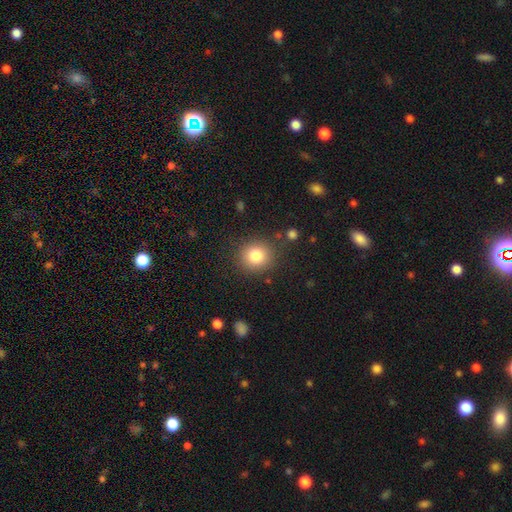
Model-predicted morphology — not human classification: A smooth galaxy with no disk features (82%) that is round (85%). Merging: none (86%).